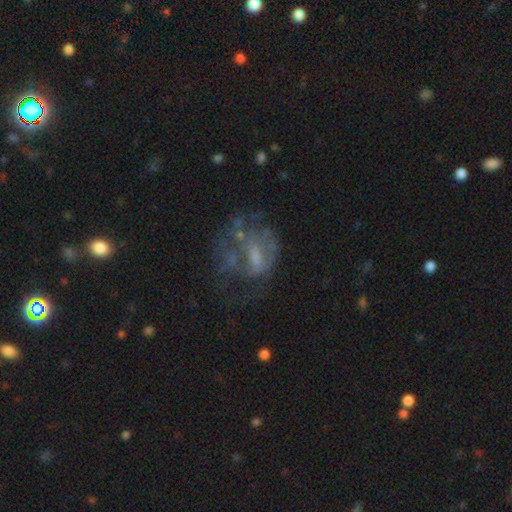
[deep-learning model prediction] smooth-or-featured: featured or disk: 59% | smooth: 27% | star or artifact: 14%
  disk-edge-on: no: 97% | yes: 3%
    bar: no: 54% | weak: 36% | strong: 10%
    has-spiral-arms: no: 67% | yes: 33%
    bulge-size: small: 37% | none: 29% | moderate: 29% | large: 3% | dominant: 1%
  merging: major disturbance: 38% | none: 36% | minor disturbance: 19% | merger: 7%